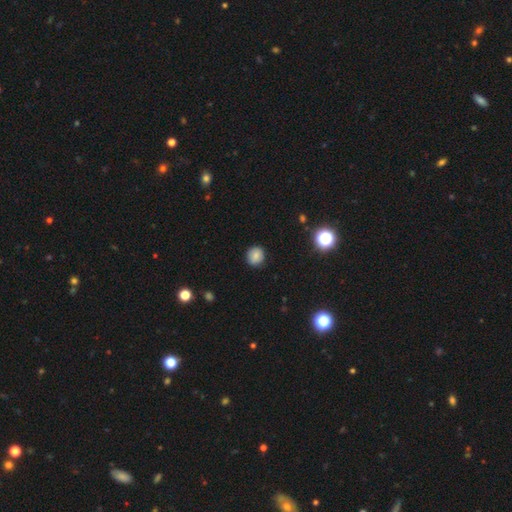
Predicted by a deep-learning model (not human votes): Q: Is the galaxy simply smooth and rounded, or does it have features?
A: smooth — 80%.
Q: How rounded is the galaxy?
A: round — 88%.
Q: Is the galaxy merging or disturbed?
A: none — 88%.